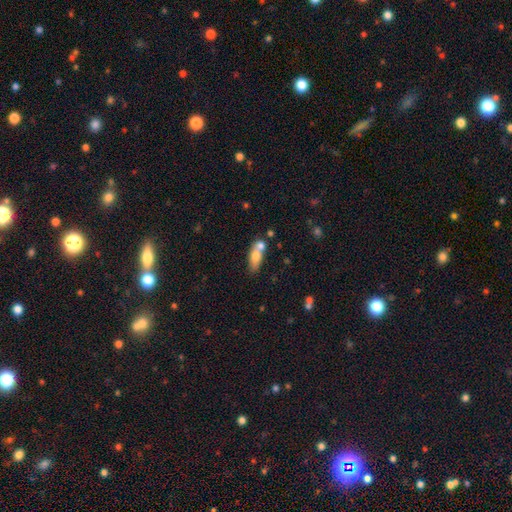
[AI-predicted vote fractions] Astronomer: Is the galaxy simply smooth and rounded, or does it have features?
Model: smooth — 69%.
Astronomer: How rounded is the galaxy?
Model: in between — 70%.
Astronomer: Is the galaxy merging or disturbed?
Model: merger — 47% (runner-up: none, 37%).